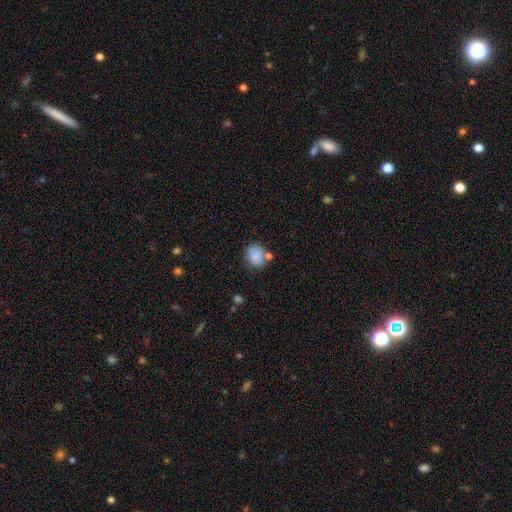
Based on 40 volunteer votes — Smooth or featured?
  - smooth: 80% *
  - featured or disk: 12%
  - star or artifact: 8%
How rounded?
  - round: 59% *
  - in between: 41%
  - cigar-shaped: 0%
Merging?
  - none: 70% *
  - major disturbance: 11%
  - merger: 11%
  - minor disturbance: 8%